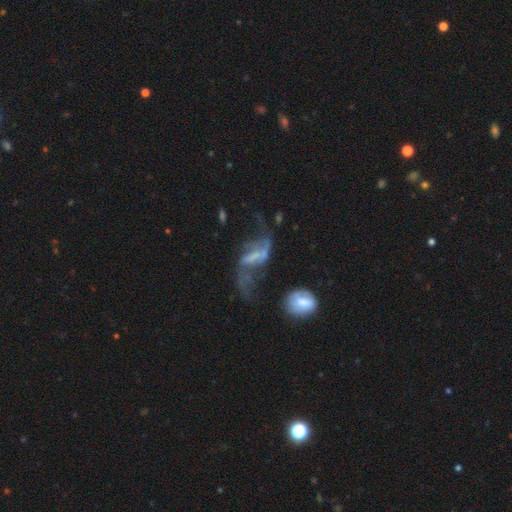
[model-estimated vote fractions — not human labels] A featured or disk galaxy (68%) with a strong bar (39%), spiral arms (67%) and no central bulge (51%).

Vote fractions:
- Smooth or featured? featured or disk: 68% / smooth: 20% / star or artifact: 12%
- Edge-on disk? no: 91% / yes: 9%
- Bar? strong: 39% / weak: 33% / no: 27%
- Spiral arms? yes: 67% / no: 33%
- Bulge size? none: 51% / small: 25% / moderate: 17% / large: 5% / dominant: 2%
- Merging? major disturbance: 42% / none: 29% / minor disturbance: 15% / merger: 13%